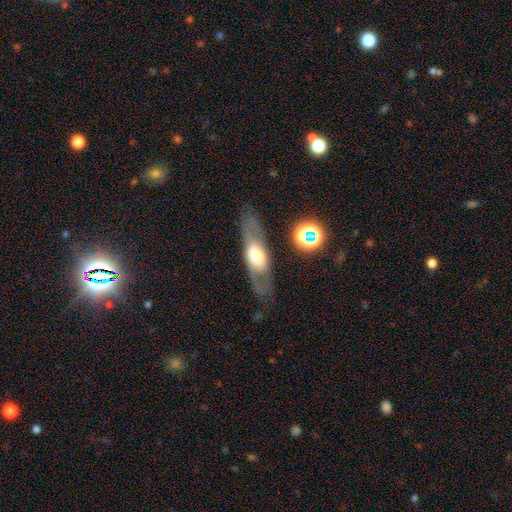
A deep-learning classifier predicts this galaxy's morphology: Smooth or featured? featured or disk (59%)
Edge-on disk? no (55%)
Merging? none (75%)